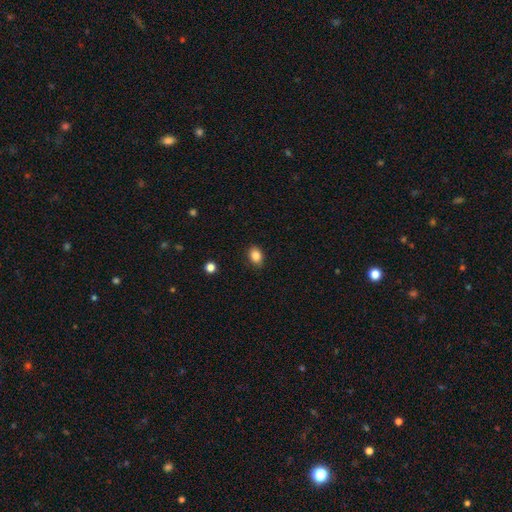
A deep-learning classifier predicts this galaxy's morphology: type=smooth (86%); roundness=in between (68%); merging=none (86%).